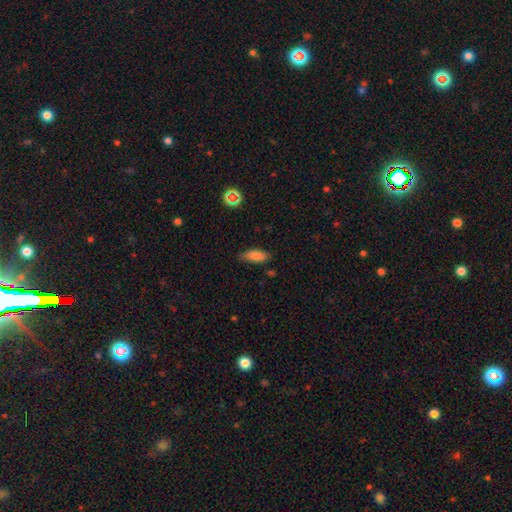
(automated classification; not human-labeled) The model was most divided on "how rounded": in between: 77%, cigar-shaped: 20%, round: 3%. More confident: smooth or featured — smooth (80%); merging — none (80%).